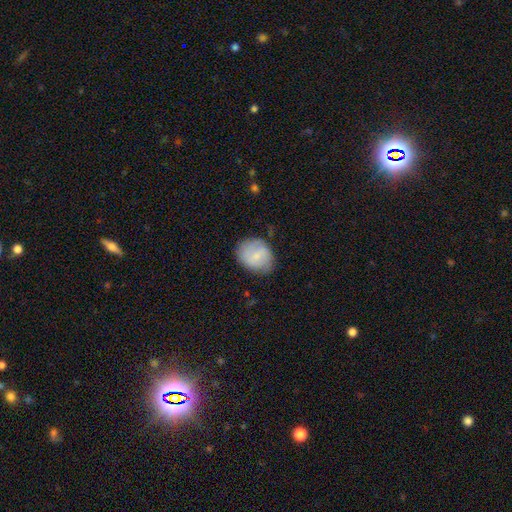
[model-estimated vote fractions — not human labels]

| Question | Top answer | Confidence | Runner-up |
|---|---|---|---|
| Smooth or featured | smooth | 69% | featured or disk (24%) |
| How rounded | round | 53% | in between (46%) |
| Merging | none | 70% | minor disturbance (22%) |